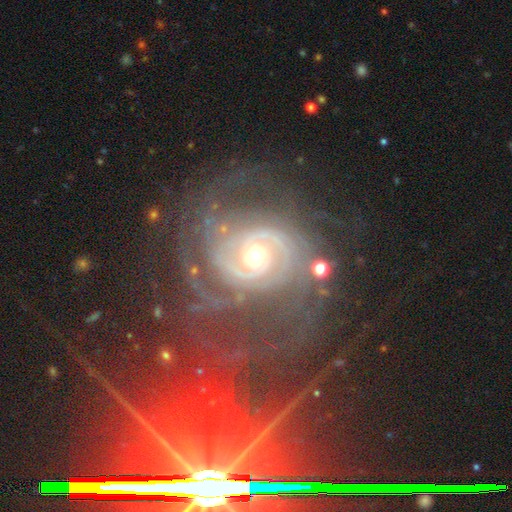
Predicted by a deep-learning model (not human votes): smooth-or-featured: featured or disk: 85% | star or artifact: 11% | smooth: 5%
  disk-edge-on: no: 97% | yes: 3%
    bar: no: 60% | weak: 28% | strong: 12%
    has-spiral-arms: yes: 97% | no: 3%
      spiral-winding: tight: 62% | medium: 31% | loose: 7%
      spiral-arm-count: 2: 39% | can't tell: 23% | 3: 16% | 4: 8% | more than 4: 7% | 1: 7%
    bulge-size: small: 50% | moderate: 45% | large: 3% | none: 1% | dominant: 1%
  merging: none: 67% | minor disturbance: 16% | major disturbance: 14% | merger: 4%